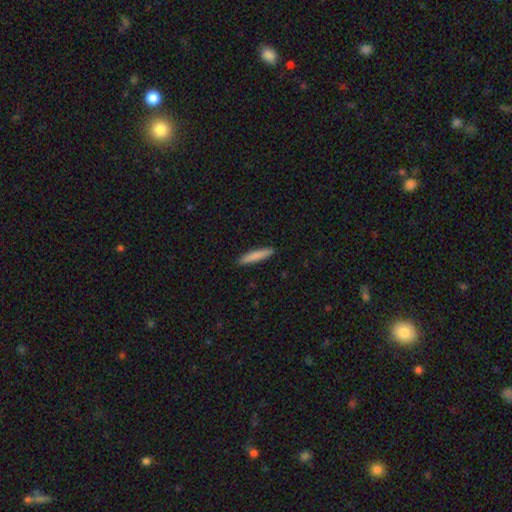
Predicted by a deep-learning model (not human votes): Smooth or featured?
  - smooth: 85% *
  - featured or disk: 10%
  - star or artifact: 6%
How rounded?
  - cigar-shaped: 88% *
  - in between: 11%
  - round: 1%
Merging?
  - none: 90% *
  - minor disturbance: 7%
  - major disturbance: 2%
  - merger: 1%